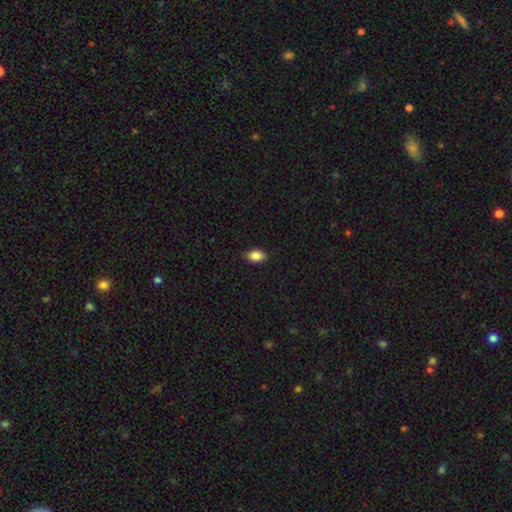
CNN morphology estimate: This is clearly a smooth galaxy (88%). How rounded: clearly in between (88%). Merging: clearly none (87%).